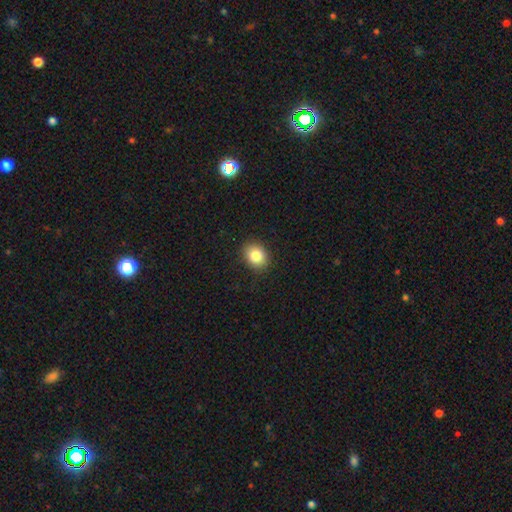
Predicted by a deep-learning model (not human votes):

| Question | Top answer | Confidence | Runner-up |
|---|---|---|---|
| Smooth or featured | smooth | 85% | star or artifact (9%) |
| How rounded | in between | 53% | round (47%) |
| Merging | none | 89% | minor disturbance (8%) |